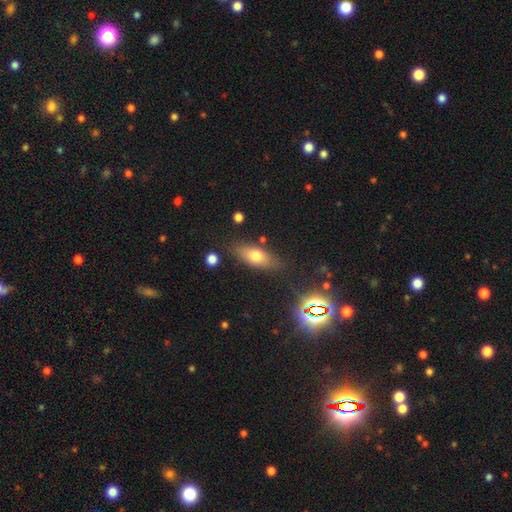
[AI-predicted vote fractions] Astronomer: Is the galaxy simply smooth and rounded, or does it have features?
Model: smooth — 68%.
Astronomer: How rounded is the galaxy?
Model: in between — 75%.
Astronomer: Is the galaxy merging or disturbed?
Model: none — 79%.